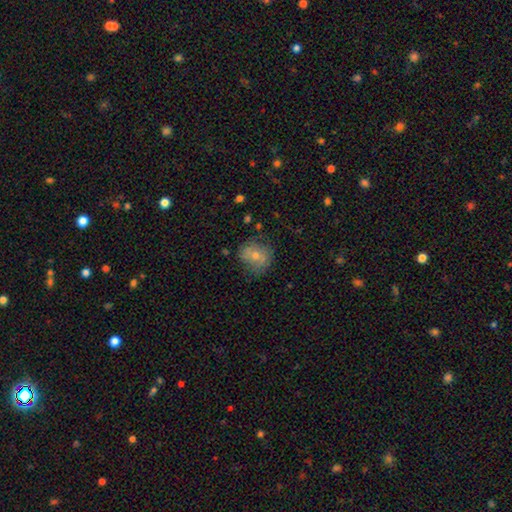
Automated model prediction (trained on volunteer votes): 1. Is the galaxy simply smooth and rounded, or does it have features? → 58% smooth, 30% featured or disk, 12% star or artifact.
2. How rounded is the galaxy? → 72% round, 27% in between, 1% cigar-shaped.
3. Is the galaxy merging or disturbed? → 67% none, 23% minor disturbance, 8% major disturbance, 2% merger.